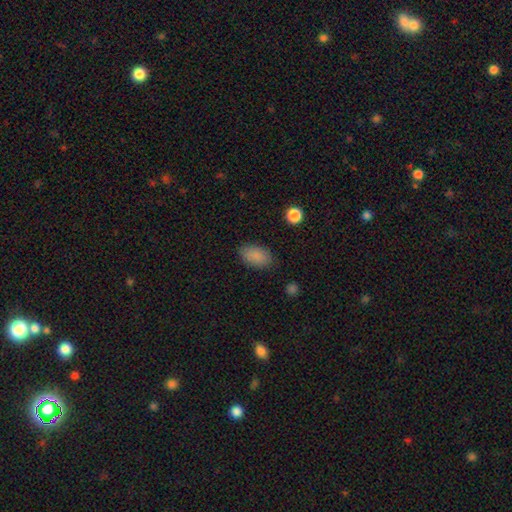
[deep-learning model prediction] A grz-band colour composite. It shows a smooth galaxy with no disk features (88%) that is in between round and cigar-shaped (92%). Merging: none (85%).